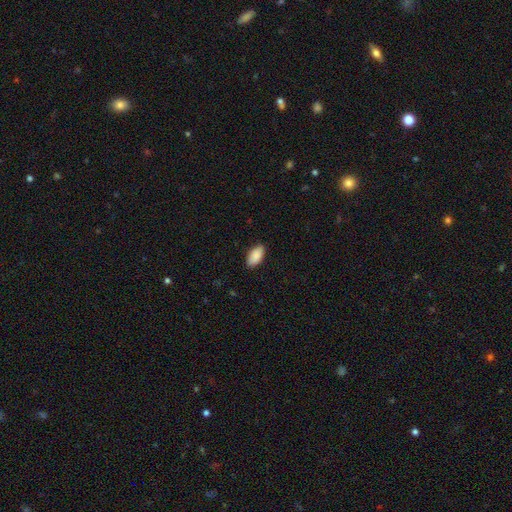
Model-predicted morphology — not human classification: type=smooth (90%); roundness=in between (94%); merging=none (88%).